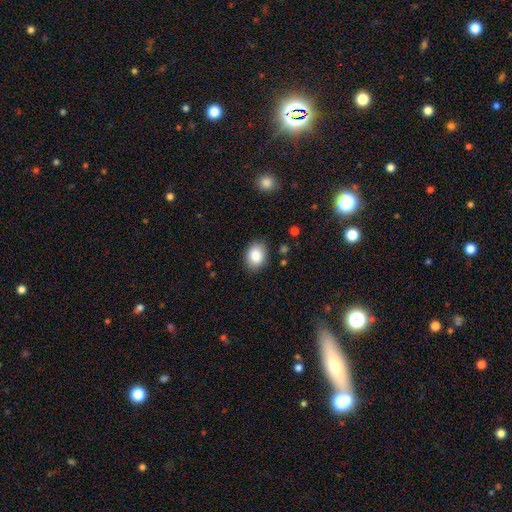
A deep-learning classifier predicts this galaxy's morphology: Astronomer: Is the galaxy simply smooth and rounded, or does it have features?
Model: smooth — 87%.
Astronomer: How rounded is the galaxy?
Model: in between — 70%.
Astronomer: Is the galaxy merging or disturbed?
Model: none — 85%.